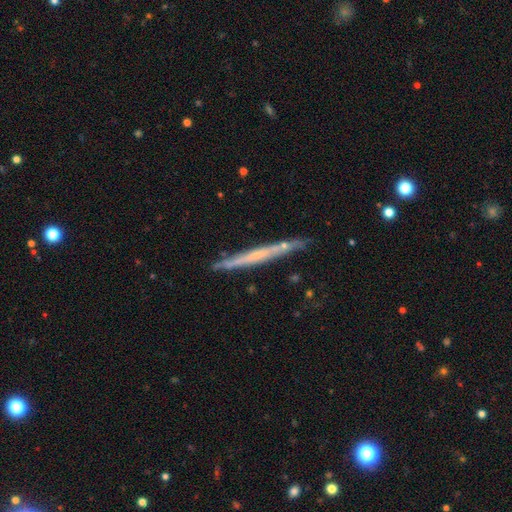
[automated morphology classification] Overall: featured or disk (57%; smooth 37%). Edge-on disk: yes (95%). Edge-on bulge: none (85%). Merging: none (82%).